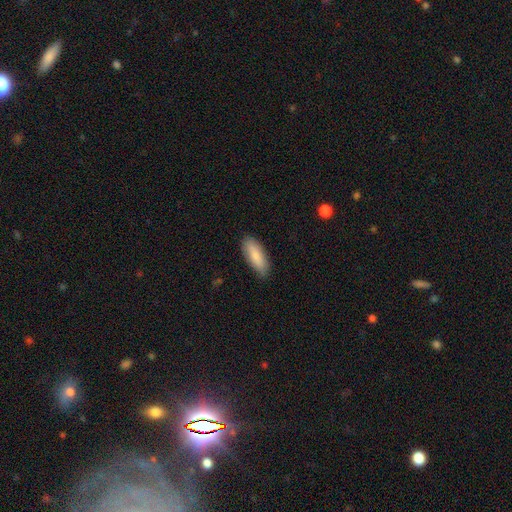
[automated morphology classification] smooth_or_featured: smooth (p=0.83) [alt: featured or disk p=0.11]
how_rounded: in between (p=0.72) [alt: cigar-shaped p=0.27]
merging: none (p=0.85) [alt: minor disturbance p=0.12]